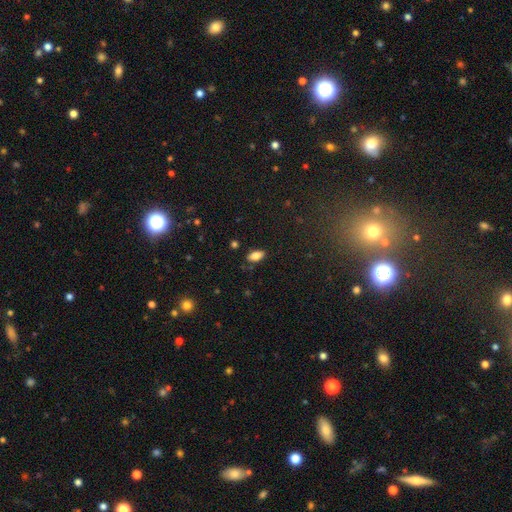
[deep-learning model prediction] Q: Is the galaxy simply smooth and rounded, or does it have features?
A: smooth — 83%.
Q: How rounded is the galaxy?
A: in between — 90%.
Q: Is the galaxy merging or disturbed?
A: none — 83%.